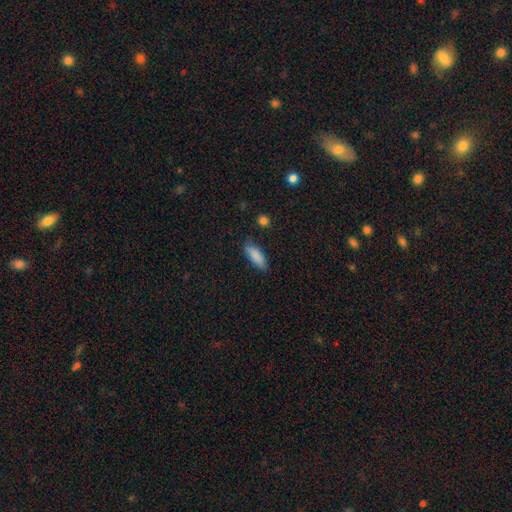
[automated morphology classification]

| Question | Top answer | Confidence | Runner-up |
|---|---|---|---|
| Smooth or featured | smooth | 87% | star or artifact (7%) |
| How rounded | in between | 68% | cigar-shaped (30%) |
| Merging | none | 79% | minor disturbance (16%) |